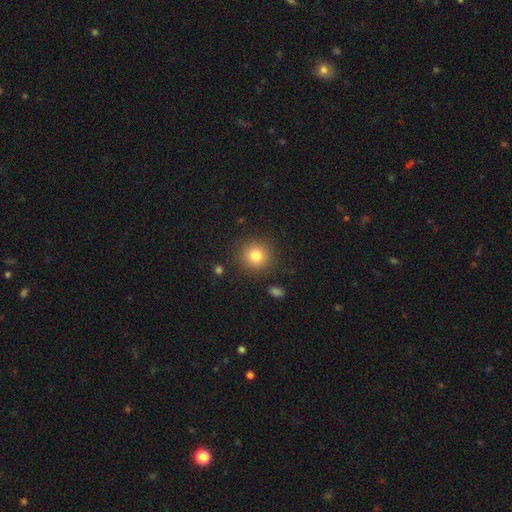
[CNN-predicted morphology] A smooth galaxy with no disk features (80%) that is round (92%).

Vote fractions:
- Smooth or featured? smooth: 80% / star or artifact: 12% / featured or disk: 8%
- How rounded? round: 92% / in between: 7% / cigar-shaped: 1%
- Merging? none: 88% / minor disturbance: 7% / major disturbance: 3% / merger: 2%